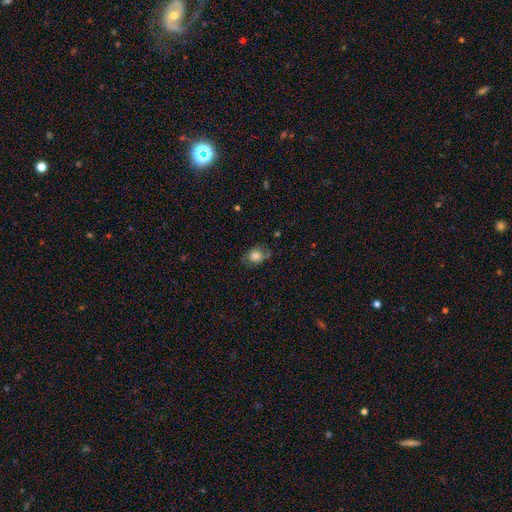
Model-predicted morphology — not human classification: smooth 77%, featured or disk 13%, star or artifact 10%. Down the decision tree: how rounded — round (55%); merging — none (64%).